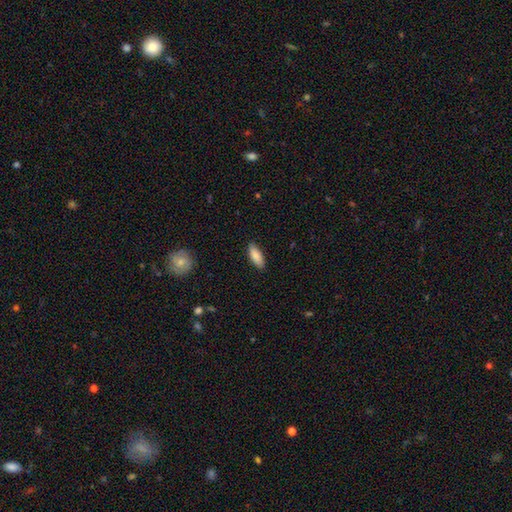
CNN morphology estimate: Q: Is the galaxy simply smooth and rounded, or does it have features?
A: smooth — 87%.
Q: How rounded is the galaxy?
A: in between — 71%.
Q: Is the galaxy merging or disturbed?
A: none — 86%.